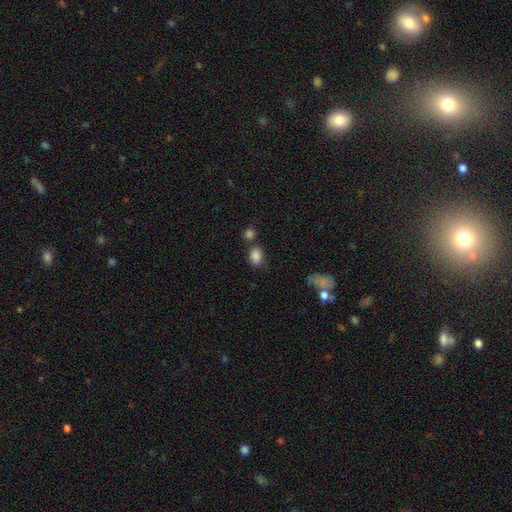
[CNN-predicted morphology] Smooth or featured?
  - smooth: 85% *
  - star or artifact: 9%
  - featured or disk: 5%
How rounded?
  - in between: 76% *
  - round: 23%
  - cigar-shaped: 1%
Merging?
  - none: 60% *
  - merger: 18%
  - minor disturbance: 17%
  - major disturbance: 5%